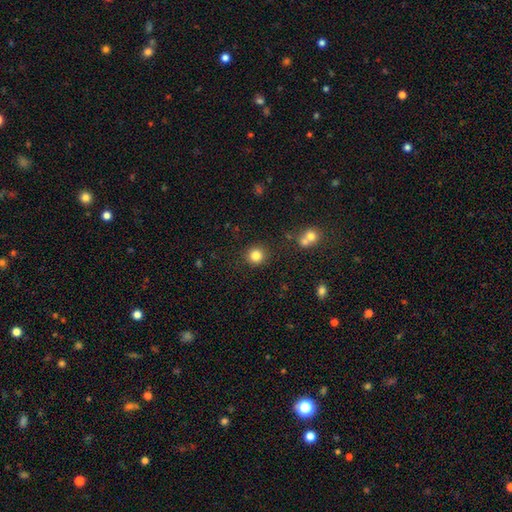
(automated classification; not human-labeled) Smooth or featured? smooth (83%)
How rounded? round (93%)
Merging? none (88%)